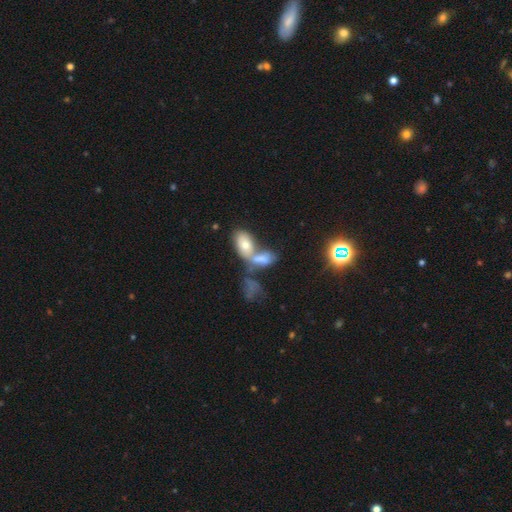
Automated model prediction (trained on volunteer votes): Morphology: type=smooth (52%); roundness=in between (85%); merging=merger (58%).